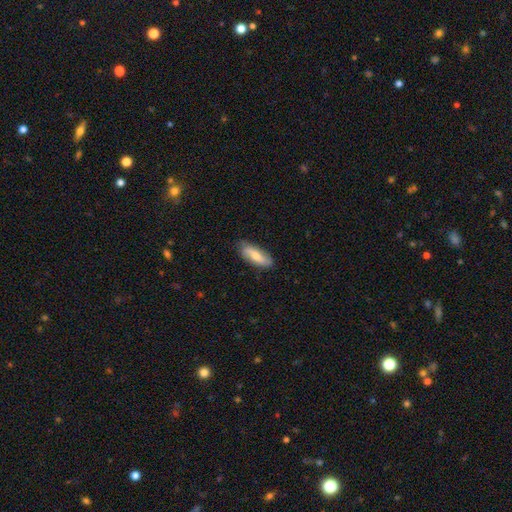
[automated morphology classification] A smooth galaxy with no disk features (60%) that is in between round and cigar-shaped (67%). Merging: none (80%).